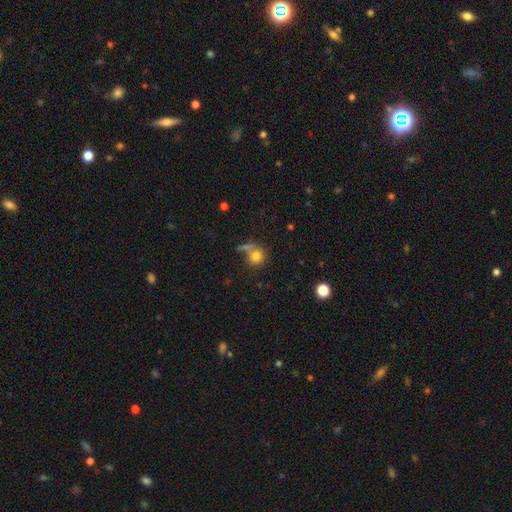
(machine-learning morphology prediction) Smooth or featured? Predicted: smooth (p=0.79). How rounded? Predicted: round (p=0.83). Merging? Predicted: none (p=0.50).